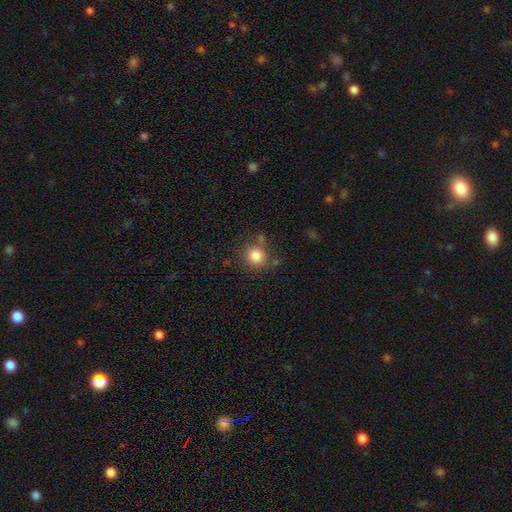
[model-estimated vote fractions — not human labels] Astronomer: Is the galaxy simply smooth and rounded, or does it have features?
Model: smooth — 83%.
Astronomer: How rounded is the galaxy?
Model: round — 90%.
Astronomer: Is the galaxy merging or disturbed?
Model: none — 73%.